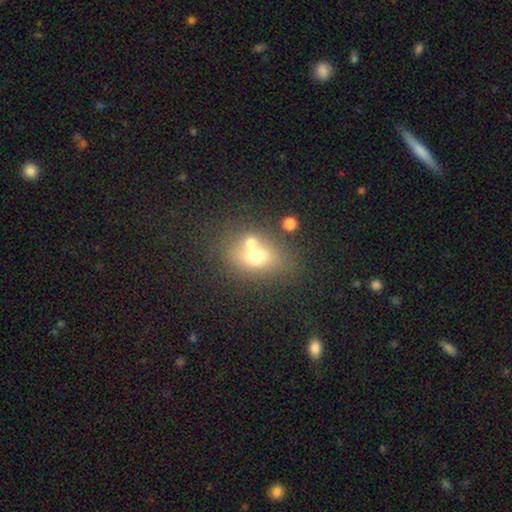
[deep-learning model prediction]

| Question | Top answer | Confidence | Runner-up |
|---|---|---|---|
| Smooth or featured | smooth | 66% | featured or disk (21%) |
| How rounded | in between | 56% | round (42%) |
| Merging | merger | 44% | none (41%) |